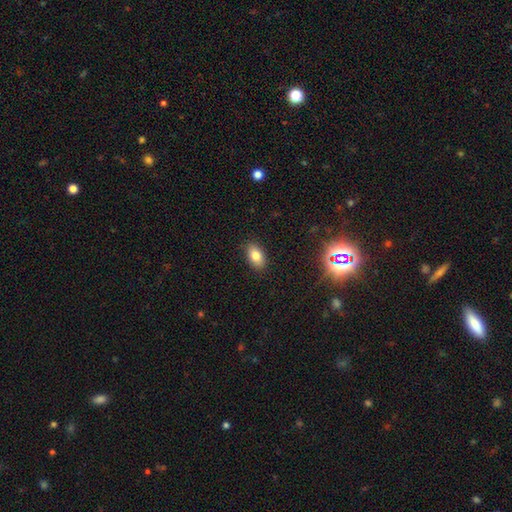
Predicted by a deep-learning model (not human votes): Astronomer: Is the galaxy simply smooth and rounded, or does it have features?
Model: smooth — 80%.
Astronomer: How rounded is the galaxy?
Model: in between — 90%.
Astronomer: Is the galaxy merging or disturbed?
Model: none — 87%.